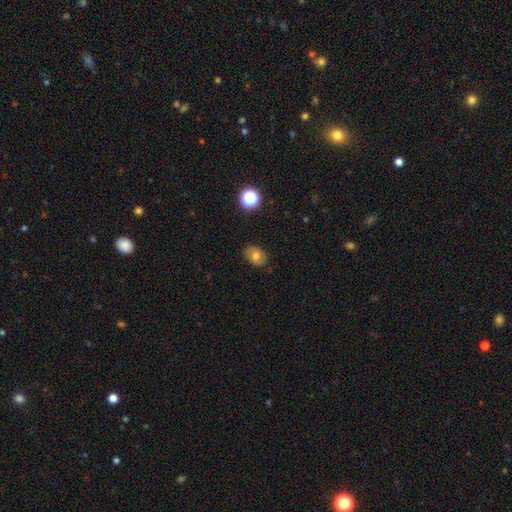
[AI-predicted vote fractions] This is likely a smooth galaxy (69%). How rounded: likely in between (67%). Merging: clearly none (80%).